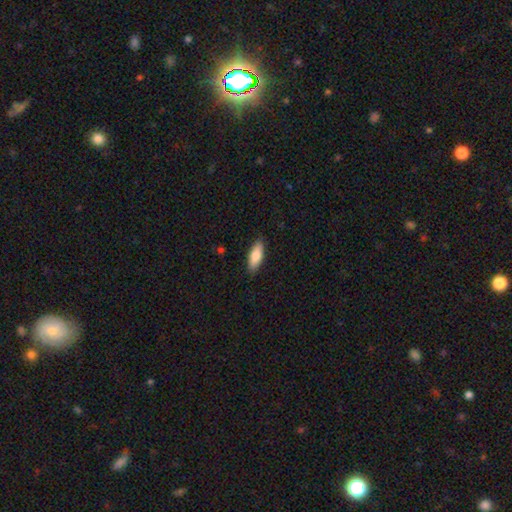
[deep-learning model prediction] Smooth or featured: smooth — 78% (featured or disk — 16%)
How rounded: in between — 68% (cigar-shaped — 30%)
Merging: none — 88% (minor disturbance — 9%)